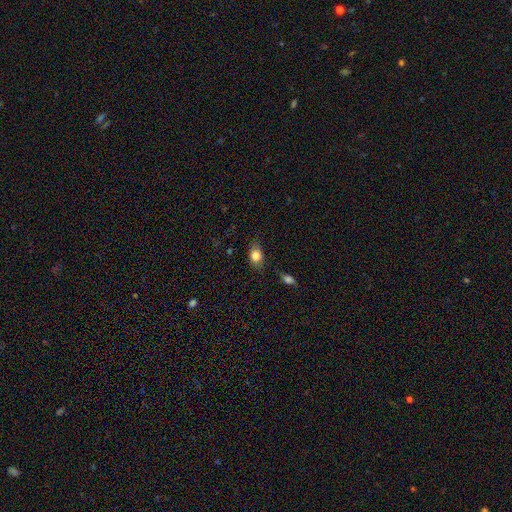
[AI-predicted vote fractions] A smooth galaxy with no disk features (82%) that is in between round and cigar-shaped (69%).

Vote fractions:
- Smooth or featured? smooth: 82% / star or artifact: 9% / featured or disk: 9%
- How rounded? in between: 69% / round: 28% / cigar-shaped: 2%
- Merging? none: 73% / minor disturbance: 19% / major disturbance: 5% / merger: 2%